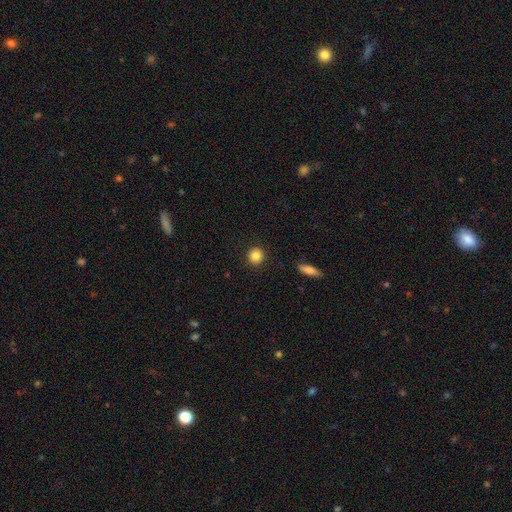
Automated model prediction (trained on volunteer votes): smooth-or-featured: smooth: 85% | star or artifact: 10% | featured or disk: 6%
  how-rounded: round: 92% | in between: 6% | cigar-shaped: 1%
  merging: none: 92% | minor disturbance: 5% | major disturbance: 2% | merger: 1%